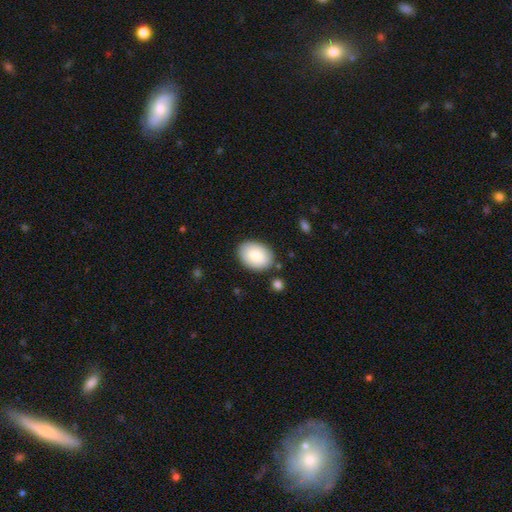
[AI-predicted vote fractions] Smooth or featured: smooth — 83% (featured or disk — 11%)
How rounded: in between — 83% (round — 16%)
Merging: none — 84% (minor disturbance — 10%)